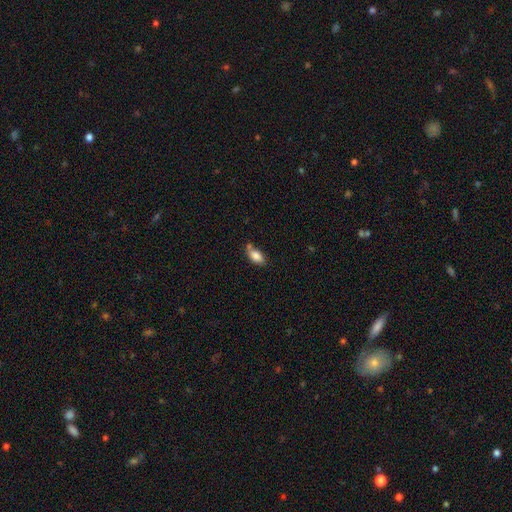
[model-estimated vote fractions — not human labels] This is clearly a smooth galaxy (83%). How rounded: clearly in between (90%). Merging: likely none (60%).